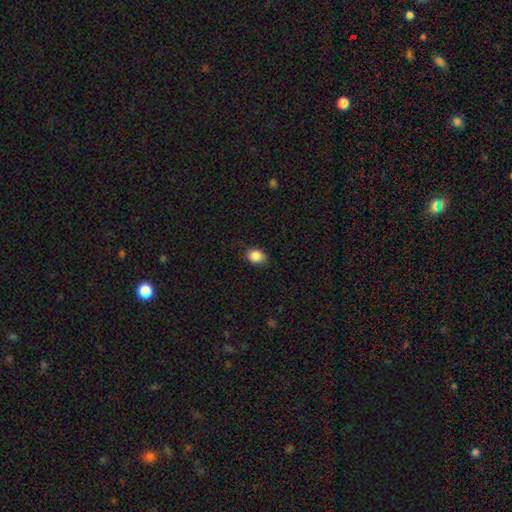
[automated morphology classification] Q: Smooth or featured?
A: smooth (88%); runner-up: star or artifact (9%)
Q: How rounded?
A: in between (64%); runner-up: round (35%)
Q: Merging?
A: none (81%); runner-up: minor disturbance (15%)